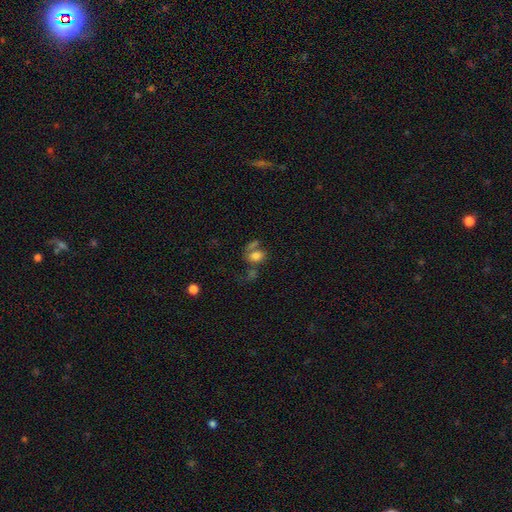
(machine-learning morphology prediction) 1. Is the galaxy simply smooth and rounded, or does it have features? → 74% smooth, 13% featured or disk, 13% star or artifact.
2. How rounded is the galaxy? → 63% in between, 35% round, 2% cigar-shaped.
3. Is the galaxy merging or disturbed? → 36% none, 34% merger, 15% minor disturbance, 15% major disturbance.